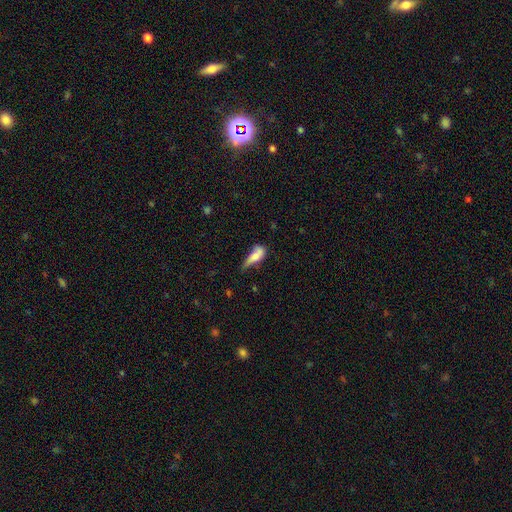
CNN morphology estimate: Smooth or featured? smooth (64%)
How rounded? in between (62%)
Merging? minor disturbance (36%)